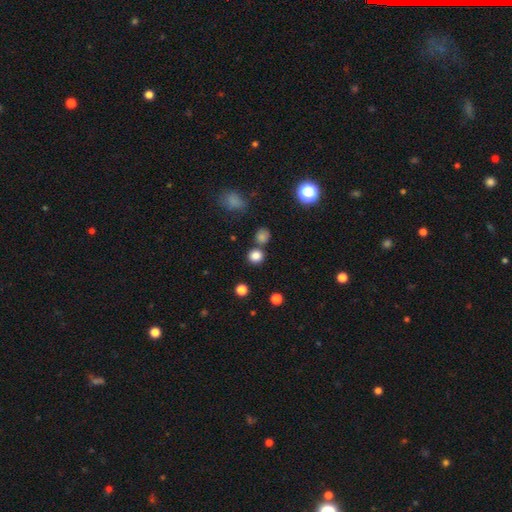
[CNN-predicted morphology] Smooth or featured? smooth (81%)
How rounded? round (88%)
Merging? none (75%)